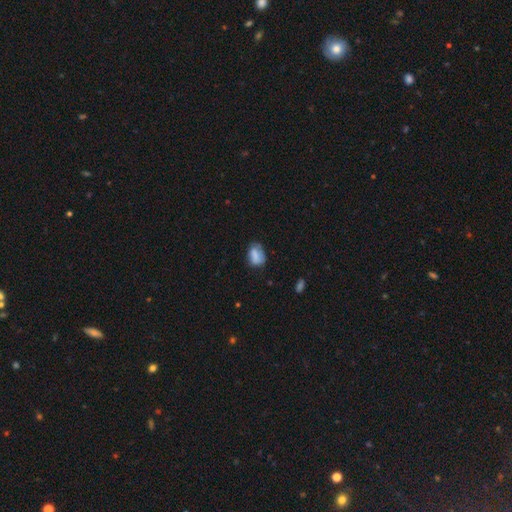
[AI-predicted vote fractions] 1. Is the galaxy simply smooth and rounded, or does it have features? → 74% smooth, 16% featured or disk, 9% star or artifact.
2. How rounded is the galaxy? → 76% in between, 22% round, 2% cigar-shaped.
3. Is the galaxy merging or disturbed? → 51% none, 33% minor disturbance, 12% major disturbance, 3% merger.